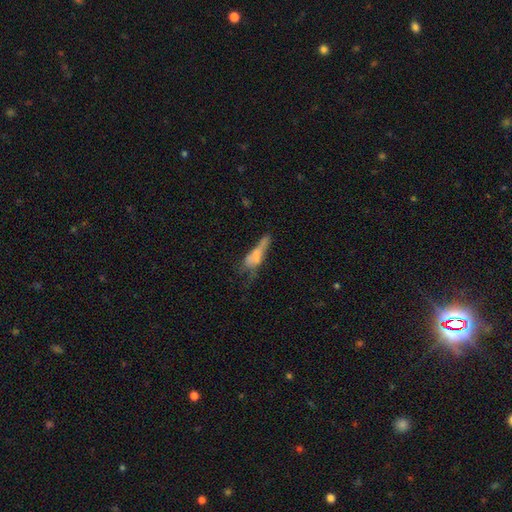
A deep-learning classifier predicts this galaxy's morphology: smooth_or_featured: smooth (p=0.59) [alt: featured or disk p=0.30]
how_rounded: cigar-shaped (p=0.54) [alt: in between p=0.42]
merging: major disturbance (p=0.35) [alt: none p=0.25]